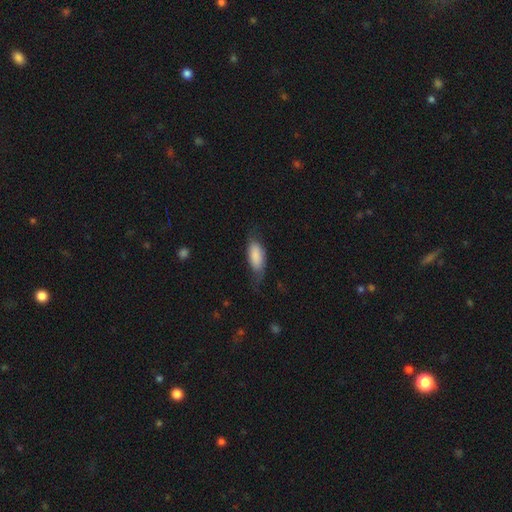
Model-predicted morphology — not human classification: smooth-or-featured: smooth: 77% | featured or disk: 17% | star or artifact: 6%
  how-rounded: in between: 83% | cigar-shaped: 14% | round: 2%
  merging: none: 51% | minor disturbance: 32% | major disturbance: 15% | merger: 2%